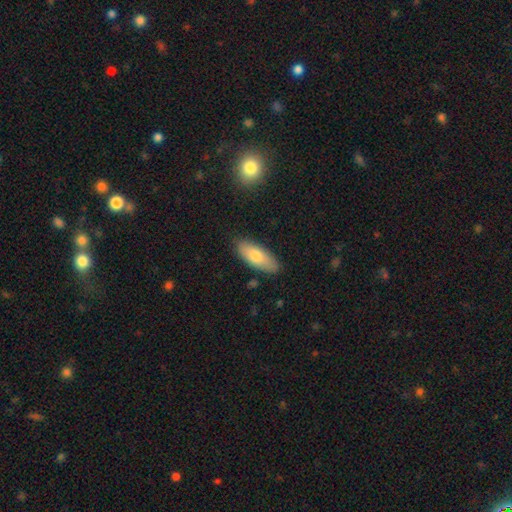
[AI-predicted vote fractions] Smooth or featured? Predicted: smooth (p=0.75). How rounded? Predicted: in between (p=0.77). Merging? Predicted: none (p=0.85).